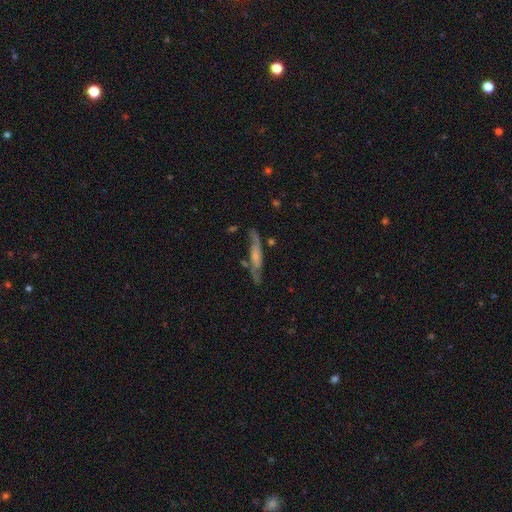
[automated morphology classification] A featured or disk galaxy (64%).

Vote fractions:
- Smooth or featured? featured or disk: 64% / smooth: 29% / star or artifact: 7%
- Edge-on disk? no: 53% / yes: 47%
- Merging? none: 68% / minor disturbance: 19% / major disturbance: 8% / merger: 5%